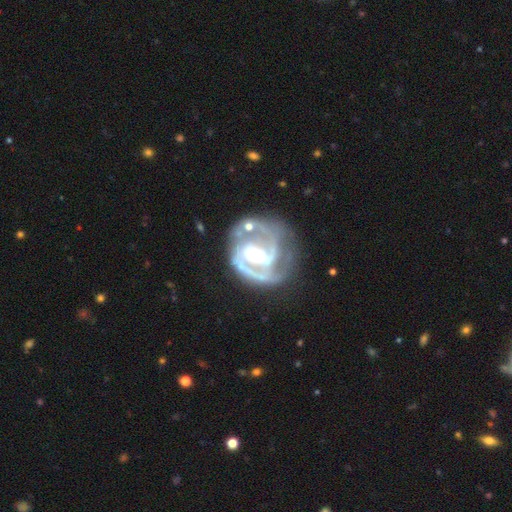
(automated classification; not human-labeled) featured or disk 90%, smooth 5%, star or artifact 5%. Down the decision tree: edge-on disk — no (98%); bar — strong (44%); spiral arms — yes (95%); spiral arm count — 2 (68%); spiral winding — medium (47%); bulge size — moderate (59%); merging — none (59%).